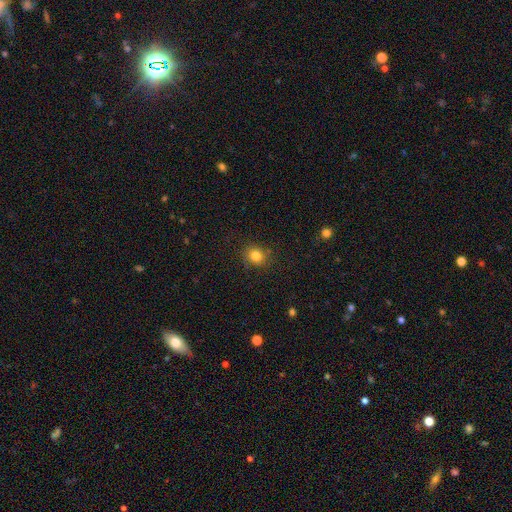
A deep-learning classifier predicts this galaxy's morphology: smooth 82%, star or artifact 12%, featured or disk 6%. Down the decision tree: how rounded — round (79%); merging — none (85%).